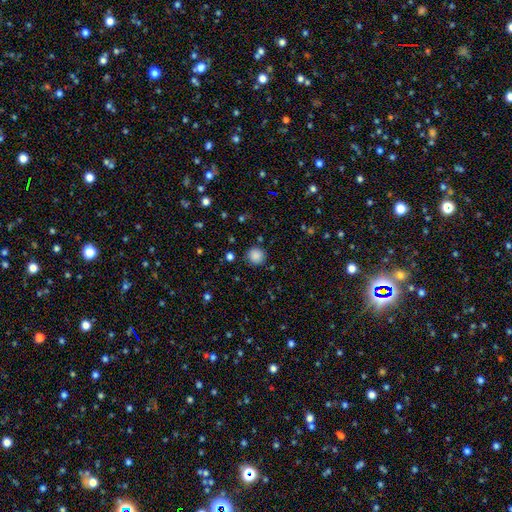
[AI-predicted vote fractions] smooth-or-featured: smooth: 86% | star or artifact: 11% | featured or disk: 3%
  how-rounded: round: 93% | in between: 6% | cigar-shaped: 1%
  merging: none: 88% | minor disturbance: 8% | major disturbance: 3% | merger: 2%